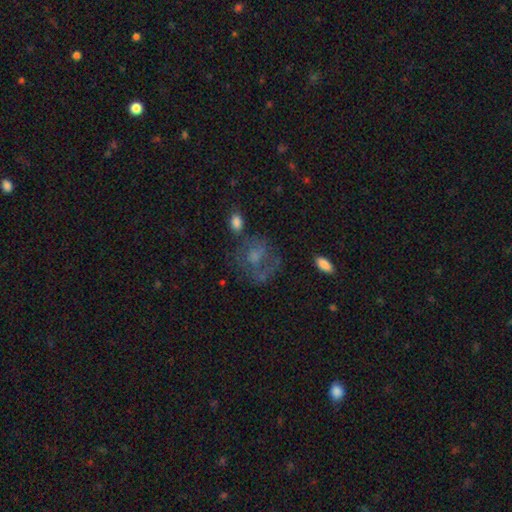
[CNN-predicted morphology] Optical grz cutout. It shows a smooth galaxy with no disk features (44%). Merging: none (44%).